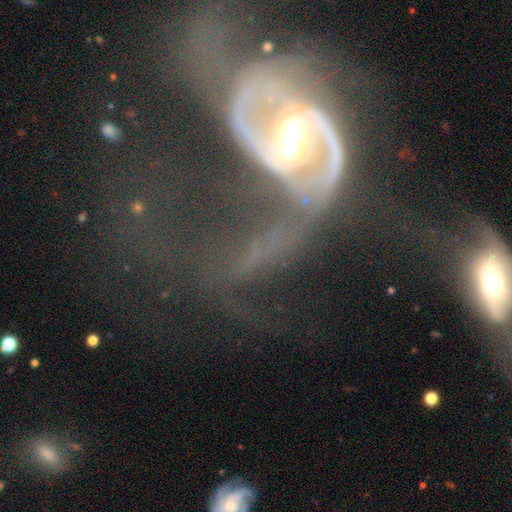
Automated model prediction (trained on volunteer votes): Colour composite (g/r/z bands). It shows a featured or disk galaxy (84%) with a strong bar (41%), 2 (77%) medium (40%, tied with loose) spiral arms (88%) and a moderate central bulge (60%). Merging: major disturbance (38%).